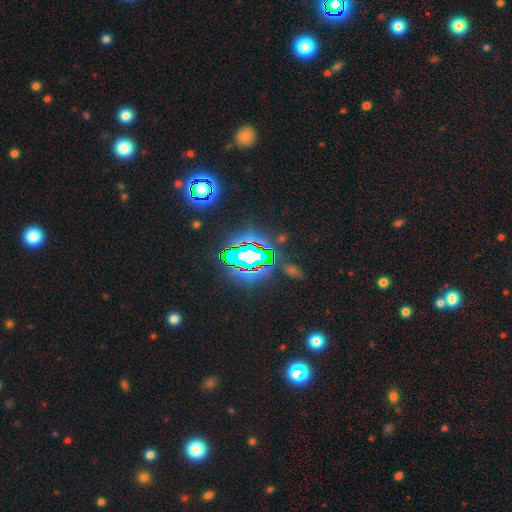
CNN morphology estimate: The model was most divided on "smooth or featured": star or artifact: 79%, smooth: 12%, featured or disk: 10%.